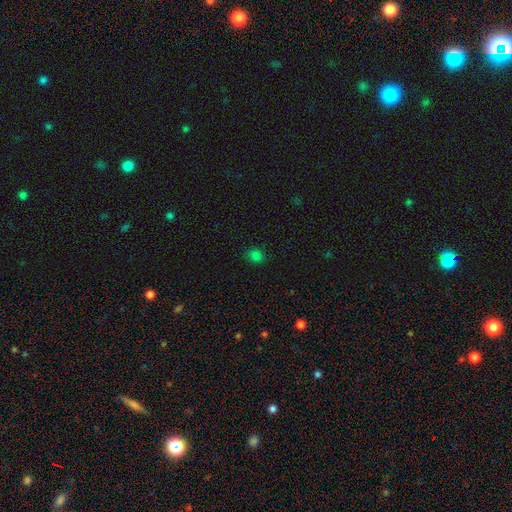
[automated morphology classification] smooth_or_featured: smooth (p=0.79) [alt: star or artifact p=0.17]
how_rounded: round (p=0.54) [alt: in between p=0.45]
merging: none (p=0.87) [alt: minor disturbance p=0.10]